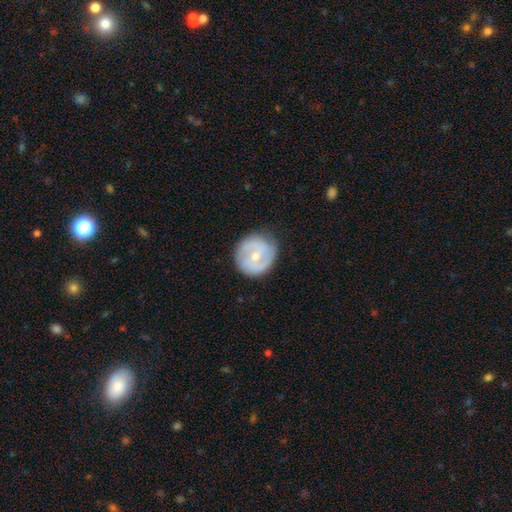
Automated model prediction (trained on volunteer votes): smooth_or_featured: featured or disk (p=0.70) [alt: smooth p=0.25]
disk_edge_on: no (p=0.97) [alt: yes p=0.03]
bar: weak (p=0.46) [alt: no p=0.37]
has_spiral_arms: yes (p=0.82) [alt: no p=0.18]
spiral_winding: medium (p=0.43) [alt: tight p=0.39]
spiral_arm_count: 2 (p=0.78) [alt: can't tell p=0.12]
bulge_size: small (p=0.52) [alt: moderate p=0.45]
merging: none (p=0.82) [alt: minor disturbance p=0.13]